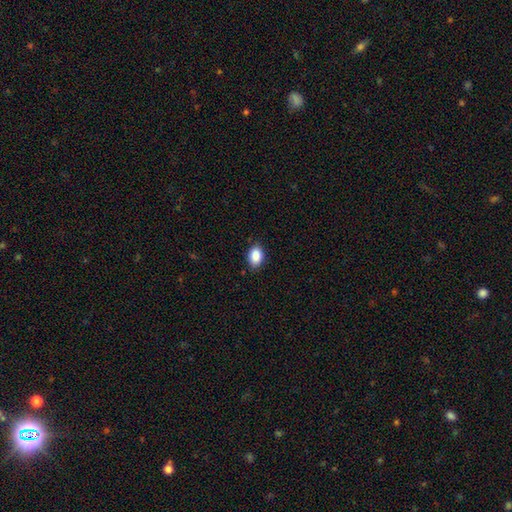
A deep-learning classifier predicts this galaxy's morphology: Smooth or featured: smooth — 89% (star or artifact — 7%)
How rounded: in between — 86% (round — 13%)
Merging: none — 86% (minor disturbance — 10%)